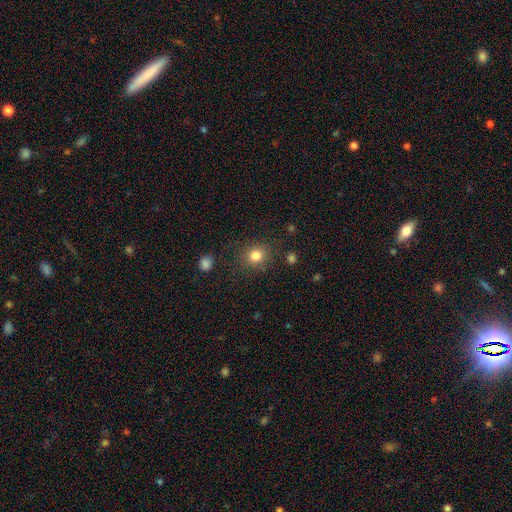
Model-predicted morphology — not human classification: Smooth or featured?
  - smooth: 82% *
  - star or artifact: 12%
  - featured or disk: 6%
How rounded?
  - round: 82% *
  - in between: 17%
  - cigar-shaped: 1%
Merging?
  - none: 84% *
  - minor disturbance: 10%
  - major disturbance: 4%
  - merger: 3%